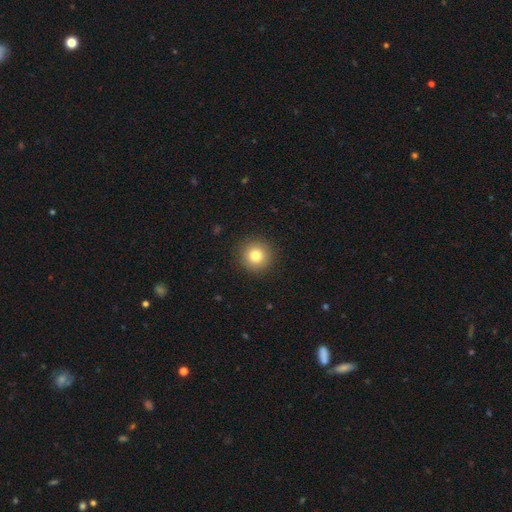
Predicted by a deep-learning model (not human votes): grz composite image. It shows a smooth galaxy with no disk features (81%) that is round (95%). Merging: none (91%).